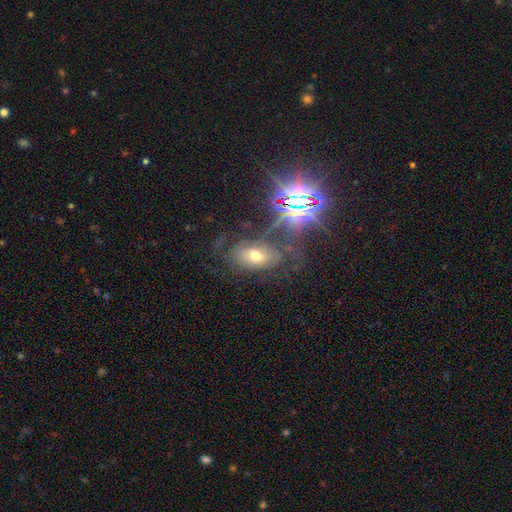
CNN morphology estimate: Q: Smooth or featured?
A: star or artifact (36%); runner-up: featured or disk (35%)